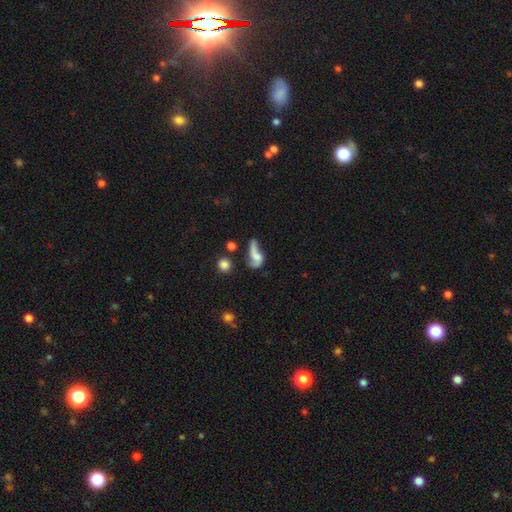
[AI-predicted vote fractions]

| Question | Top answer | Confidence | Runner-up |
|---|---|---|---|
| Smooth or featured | featured or disk | 62% | smooth (29%) |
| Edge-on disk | no | 93% | yes (7%) |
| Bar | no | 60% | weak (29%) |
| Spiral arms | yes | 81% | no (19%) |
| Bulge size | none | 37% | small (27%) |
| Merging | none | 33% | major disturbance (30%) |